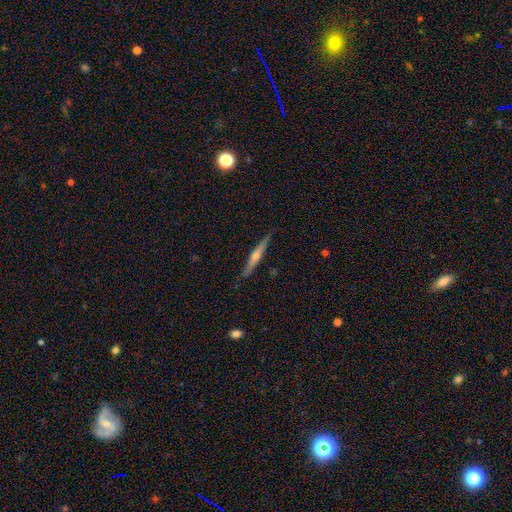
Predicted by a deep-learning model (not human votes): smooth_or_featured: featured or disk (p=0.63) [alt: smooth p=0.31]
disk_edge_on: yes (p=0.97) [alt: no p=0.03]
edge_on_bulge: rounded (p=0.79) [alt: none p=0.15]
merging: none (p=0.87) [alt: minor disturbance p=0.10]